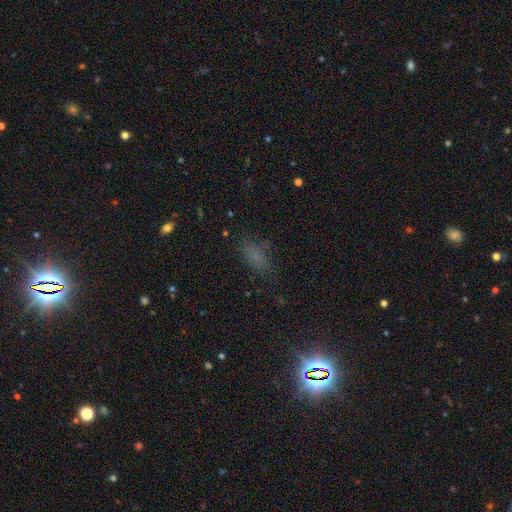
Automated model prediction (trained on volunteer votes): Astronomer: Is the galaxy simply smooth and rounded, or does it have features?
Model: smooth — 66%.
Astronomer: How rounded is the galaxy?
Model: in between — 75%.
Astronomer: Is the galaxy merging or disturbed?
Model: none — 73%.